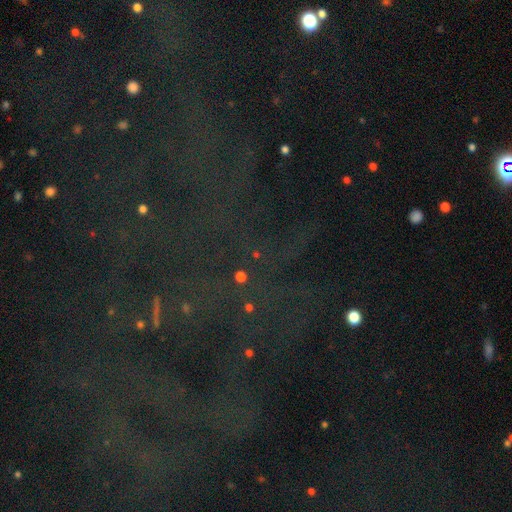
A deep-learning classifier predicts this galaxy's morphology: This is likely a star or artifact rather than a galaxy (78%).